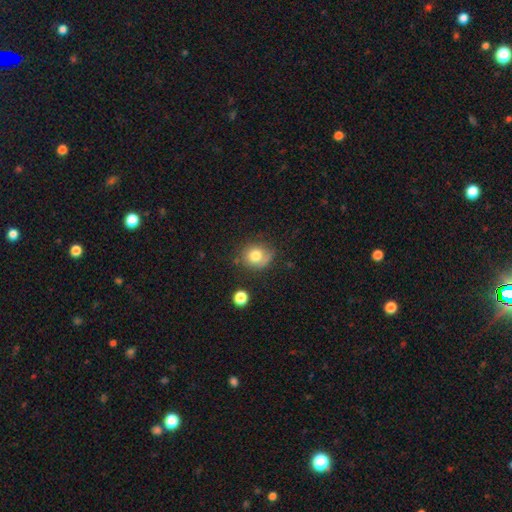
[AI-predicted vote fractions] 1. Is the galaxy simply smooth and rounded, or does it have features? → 76% smooth, 14% featured or disk, 11% star or artifact.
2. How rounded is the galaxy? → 78% round, 21% in between, 1% cigar-shaped.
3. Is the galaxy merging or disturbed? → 62% none, 24% minor disturbance, 9% major disturbance, 5% merger.